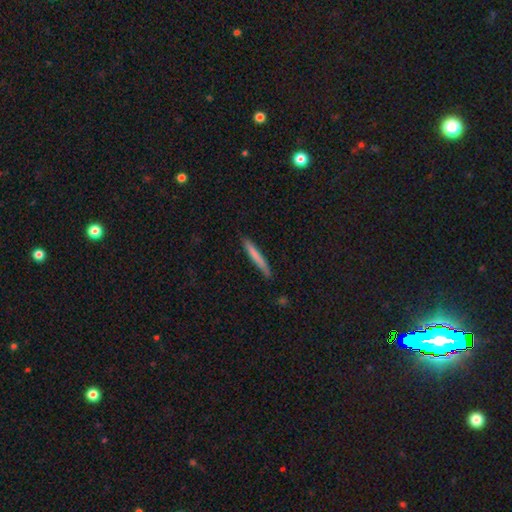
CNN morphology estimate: This is likely a smooth galaxy (73%). How rounded: clearly cigar-shaped (96%). Merging: clearly none (87%).